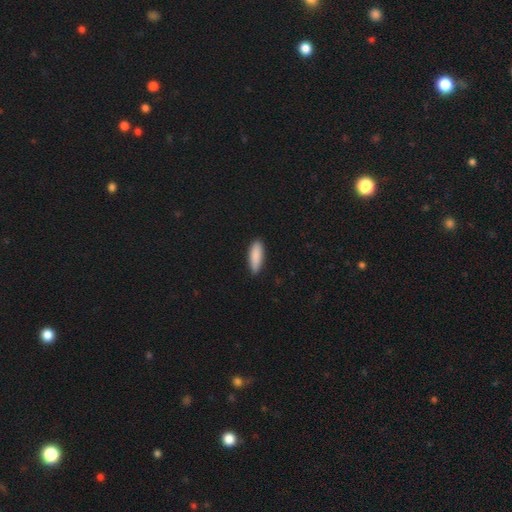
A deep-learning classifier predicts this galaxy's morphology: This appears to be a smooth galaxy with no disk features (88%) that is in between round and cigar-shaped (52%). Merging: none (86%).